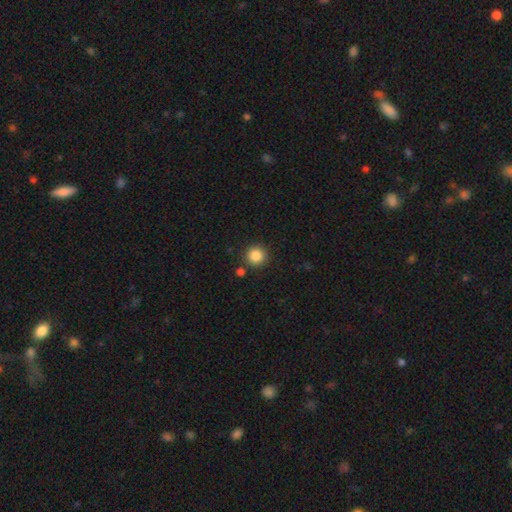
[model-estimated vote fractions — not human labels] This appears to be a smooth galaxy with no disk features (86%) that is round (94%). Merging: none (86%).